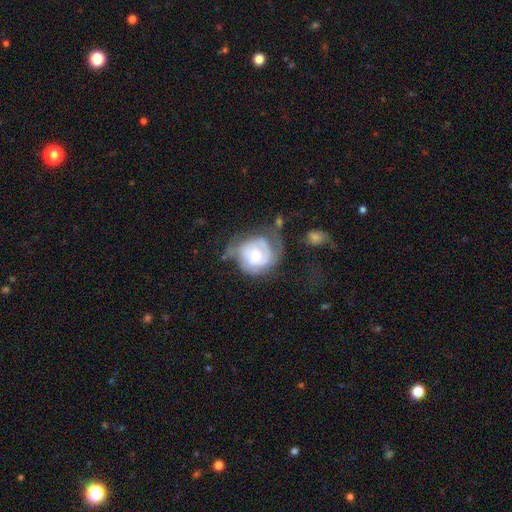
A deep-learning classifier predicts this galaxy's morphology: Overall: featured or disk (62%; smooth 31%). Edge-on disk: no (97%). Bar: no (69%). Spiral arms: yes (77%). Bulge size: small (42%, tied with moderate). Merging: none (35%; major disturbance 29%).